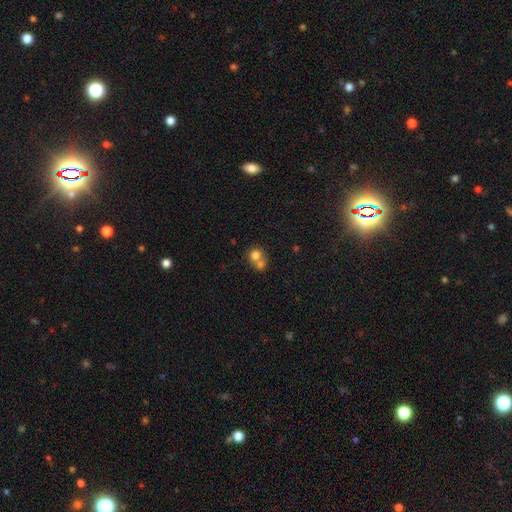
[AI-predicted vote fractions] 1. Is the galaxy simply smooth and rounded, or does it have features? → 73% smooth, 16% featured or disk, 10% star or artifact.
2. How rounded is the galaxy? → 76% round, 23% in between, 1% cigar-shaped.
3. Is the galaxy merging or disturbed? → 63% merger, 28% none, 6% minor disturbance, 3% major disturbance.